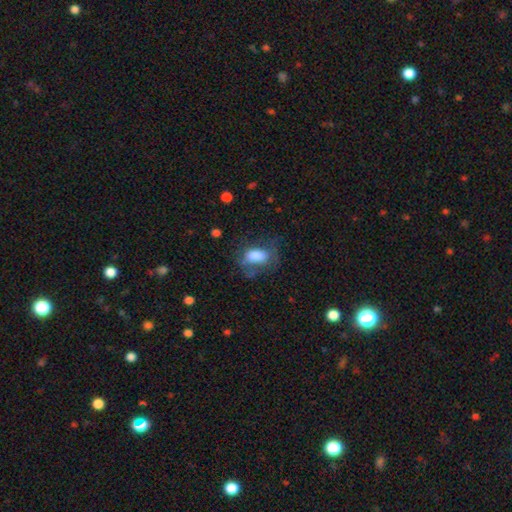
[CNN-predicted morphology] smooth_or_featured: smooth (p=0.73) [alt: featured or disk p=0.18]
how_rounded: in between (p=0.85) [alt: round p=0.11]
merging: none (p=0.43) [alt: major disturbance p=0.27]